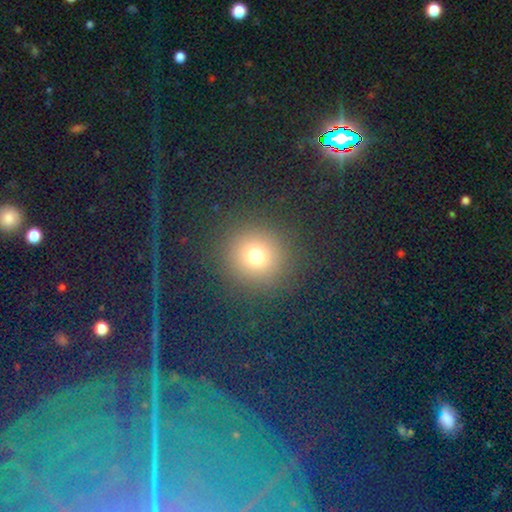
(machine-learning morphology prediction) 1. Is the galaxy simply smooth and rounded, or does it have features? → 74% smooth, 18% star or artifact, 8% featured or disk.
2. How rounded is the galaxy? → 93% round, 6% in between, 1% cigar-shaped.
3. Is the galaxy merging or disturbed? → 89% none, 6% minor disturbance, 4% major disturbance, 2% merger.